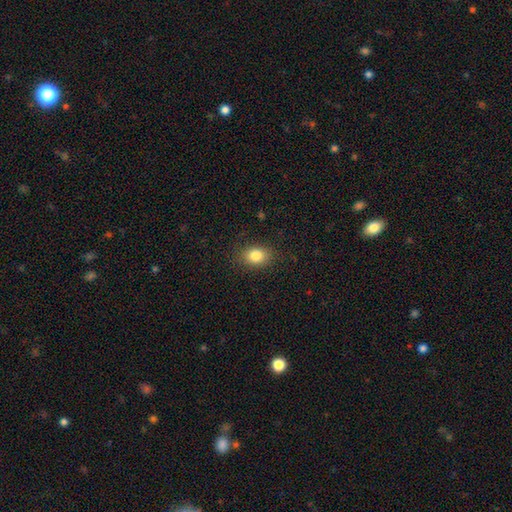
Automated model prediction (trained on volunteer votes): Overall: smooth (84%). How rounded: in between (67%; round 32%). Merging: none (86%).